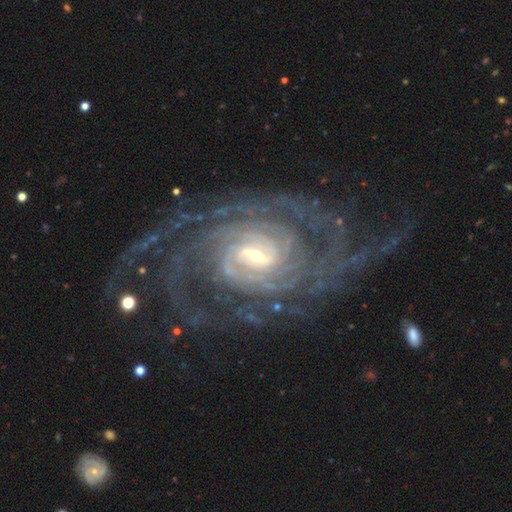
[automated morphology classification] A featured or disk galaxy (93%) with a weak bar (46%), tight (73%) spiral arms (98%) and a small central bulge (60%).

Vote fractions:
- Smooth or featured? featured or disk: 93% / star or artifact: 5% / smooth: 3%
- Edge-on disk? no: 97% / yes: 3%
- Bar? weak: 46% / strong: 37% / no: 16%
- Spiral arms? yes: 98% / no: 2%
- Spiral winding? tight: 73% / medium: 22% / loose: 5%
- Spiral arm count? can't tell: 21% / 4: 19% / 2: 18% / more than 4: 17% / 3: 14% / 1: 10%
- Bulge size? small: 60% / moderate: 34% / large: 3% / none: 2% / dominant: 1%
- Merging? none: 72% / minor disturbance: 14% / major disturbance: 12% / merger: 2%